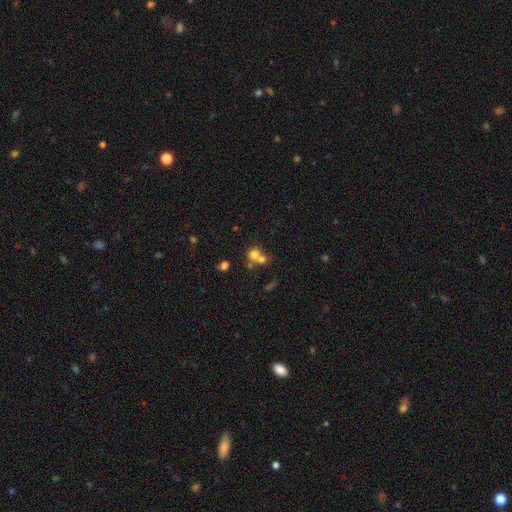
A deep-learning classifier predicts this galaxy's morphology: smooth_or_featured: smooth (p=0.69) [alt: featured or disk p=0.17]
how_rounded: round (p=0.79) [alt: in between p=0.20]
merging: merger (p=0.56) [alt: none p=0.34]